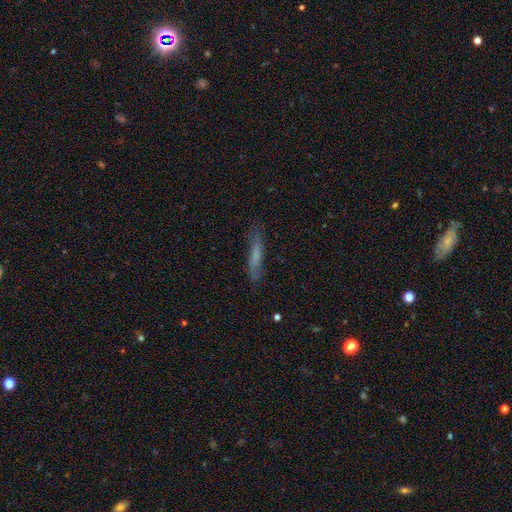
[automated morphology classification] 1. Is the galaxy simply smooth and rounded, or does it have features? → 60% smooth, 32% featured or disk, 8% star or artifact.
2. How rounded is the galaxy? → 91% cigar-shaped, 8% in between, 2% round.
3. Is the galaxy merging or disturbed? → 80% none, 15% minor disturbance, 4% major disturbance, 2% merger.